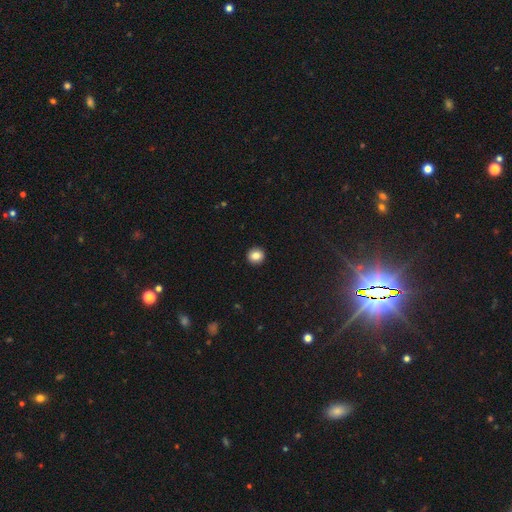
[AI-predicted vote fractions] smooth 85%, star or artifact 10%, featured or disk 6%. Down the decision tree: how rounded — round (91%); merging — none (93%).